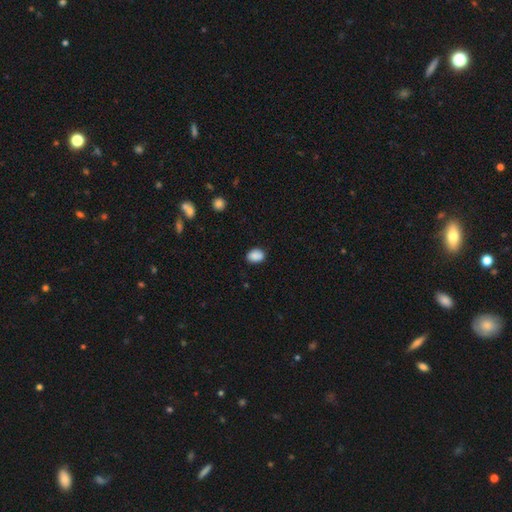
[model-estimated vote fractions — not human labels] A smooth galaxy with no disk features (88%) that is in between round and cigar-shaped (67%).

Vote fractions:
- Smooth or featured? smooth: 88% / star or artifact: 8% / featured or disk: 4%
- How rounded? in between: 67% / round: 32% / cigar-shaped: 1%
- Merging? none: 81% / minor disturbance: 14% / major disturbance: 3% / merger: 2%